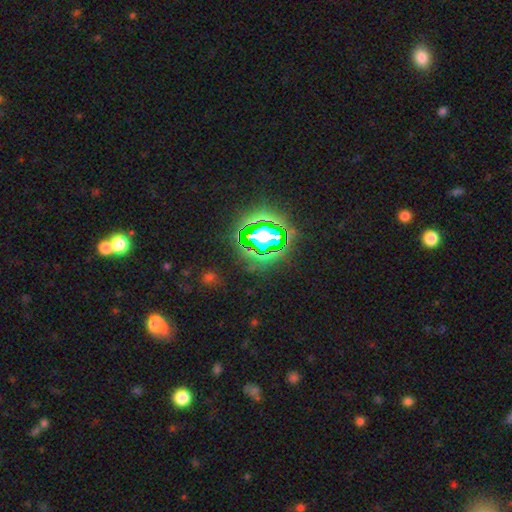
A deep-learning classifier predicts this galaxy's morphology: Q: Smooth or featured?
A: star or artifact (79%); runner-up: smooth (14%)